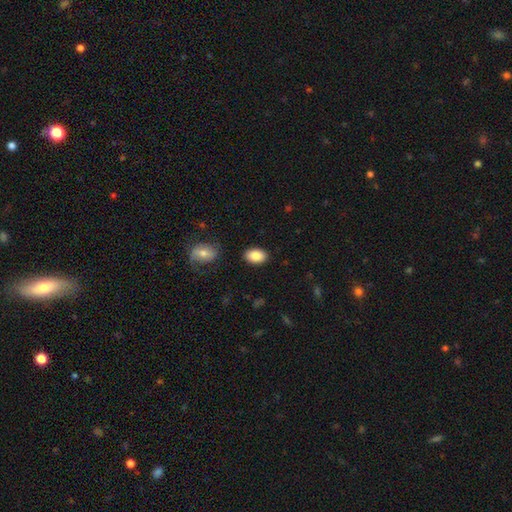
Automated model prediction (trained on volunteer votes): Overall: smooth (86%). How rounded: in between (90%). Merging: none (86%).